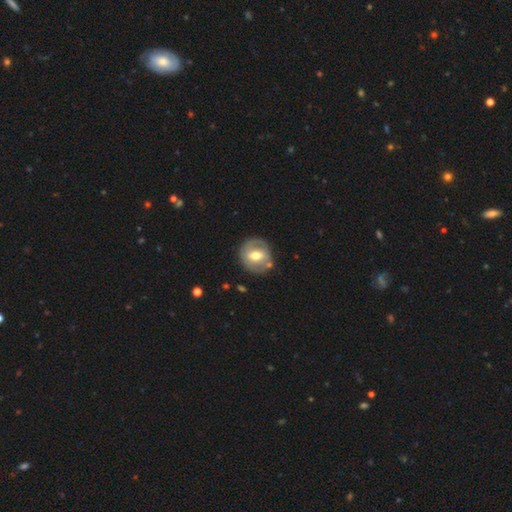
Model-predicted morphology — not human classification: A featured or disk galaxy (54%) with a weak bar (45%), no spiral arms (58%) and a moderate central bulge (73%). Merging: none (77%).